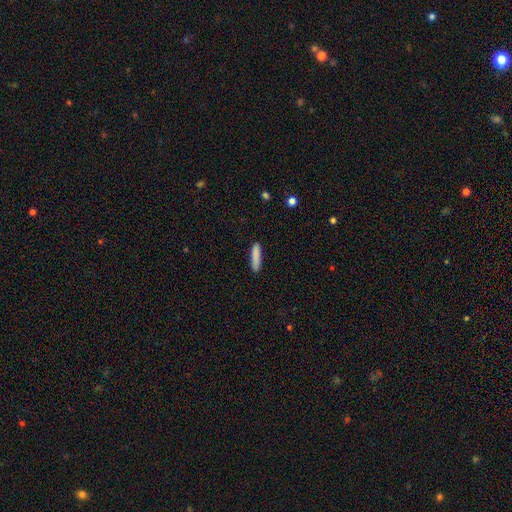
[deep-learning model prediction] Smooth or featured? Predicted: smooth (p=0.87). How rounded? Predicted: cigar-shaped (p=0.80). Merging? Predicted: none (p=0.87).